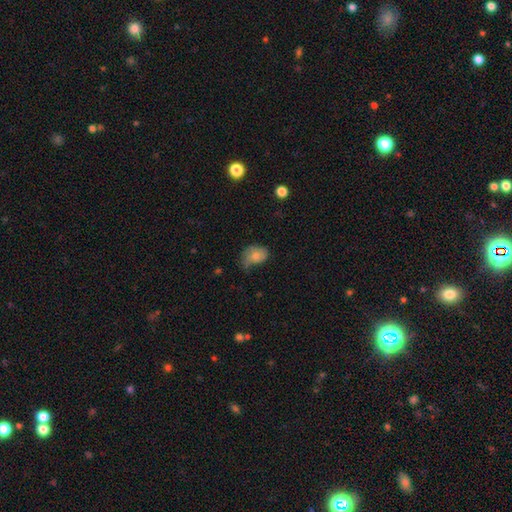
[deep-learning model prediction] Overall: smooth (70%). How rounded: in between (72%). Merging: minor disturbance (40%; none 35%).